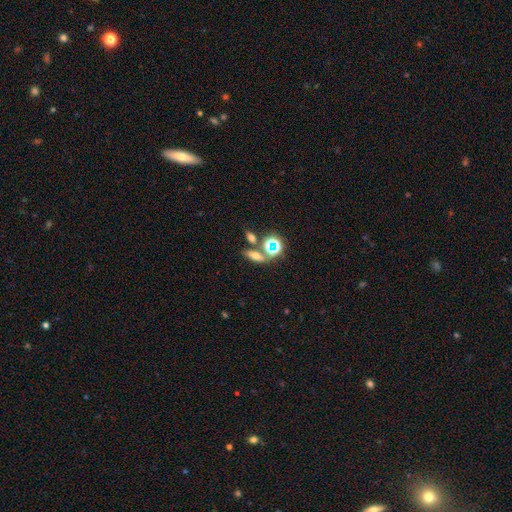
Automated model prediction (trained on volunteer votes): smooth-or-featured: smooth: 52% | star or artifact: 25% | featured or disk: 22%
  how-rounded: in between: 55% | cigar-shaped: 26% | round: 18%
  merging: none: 62% | merger: 23% | minor disturbance: 10% | major disturbance: 5%